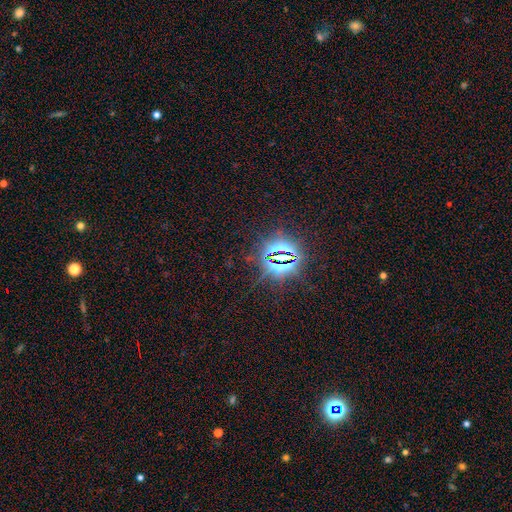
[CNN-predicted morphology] A star or artifact, not a galaxy (84%).

Vote fractions:
- Smooth or featured? star or artifact: 84% / smooth: 11% / featured or disk: 6%